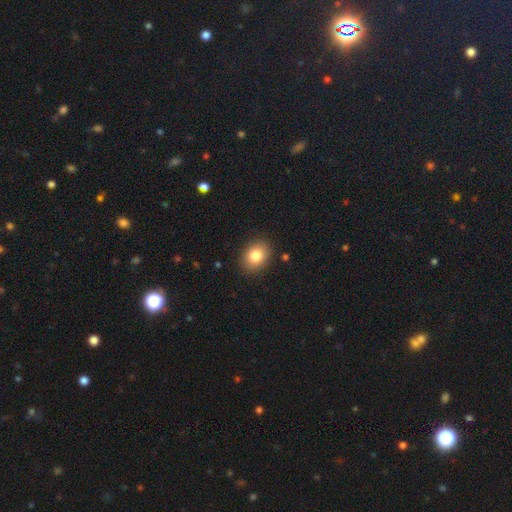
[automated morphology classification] The model was most divided on "how rounded": in between: 59%, round: 40%, cigar-shaped: 1%. More confident: merging — none (88%); smooth or featured — smooth (82%).